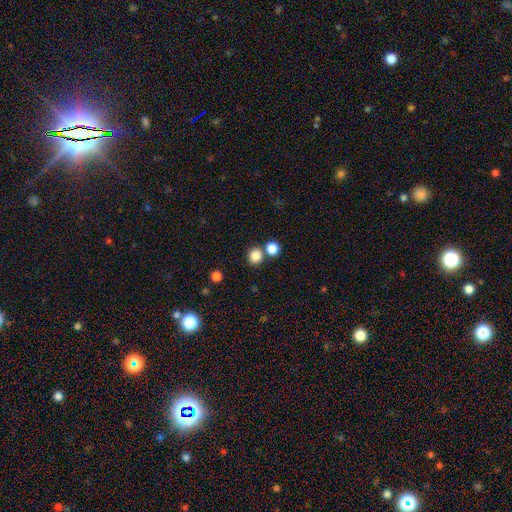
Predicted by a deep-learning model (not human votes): smooth 84%, star or artifact 12%, featured or disk 4%. Down the decision tree: how rounded — round (89%); merging — none (71%).